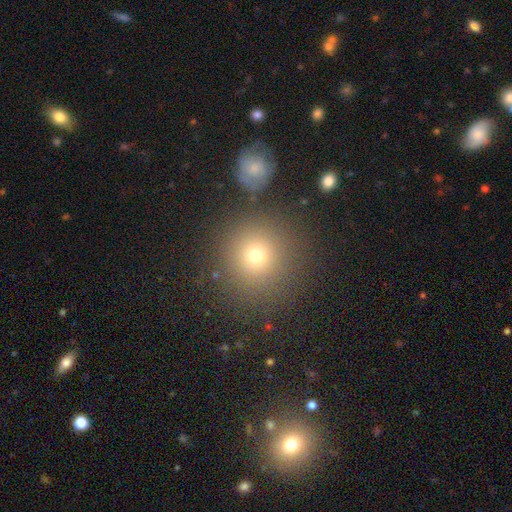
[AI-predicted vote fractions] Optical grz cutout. It shows a smooth galaxy with no disk features (69%) that is round (94%). Merging: none (85%).